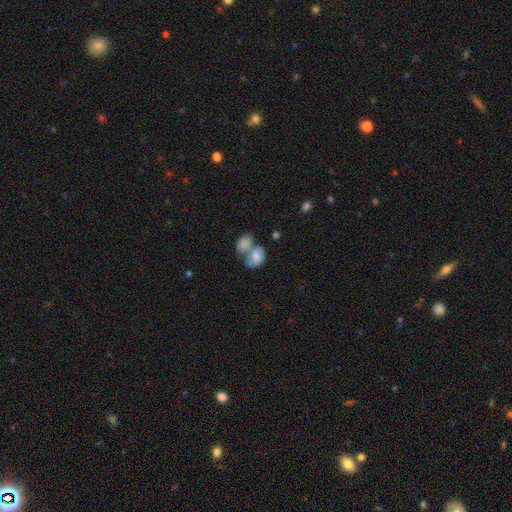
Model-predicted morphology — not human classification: Smooth or featured? Predicted: smooth (p=0.73). How rounded? Predicted: in between (p=0.72). Merging? Predicted: merger (p=0.70).